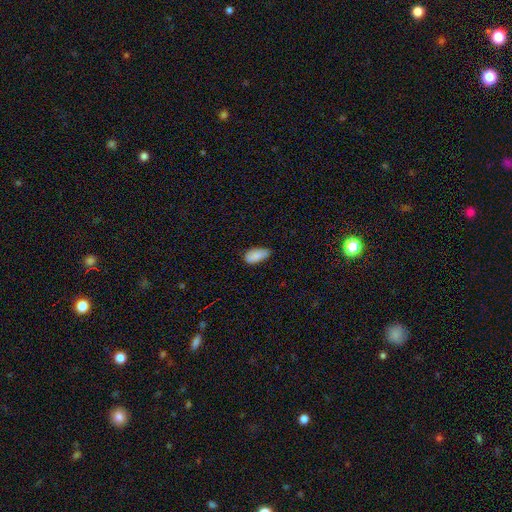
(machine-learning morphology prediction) Q: Smooth or featured?
A: smooth (86%); runner-up: star or artifact (7%)
Q: How rounded?
A: in between (92%); runner-up: cigar-shaped (5%)
Q: Merging?
A: none (59%); runner-up: minor disturbance (34%)